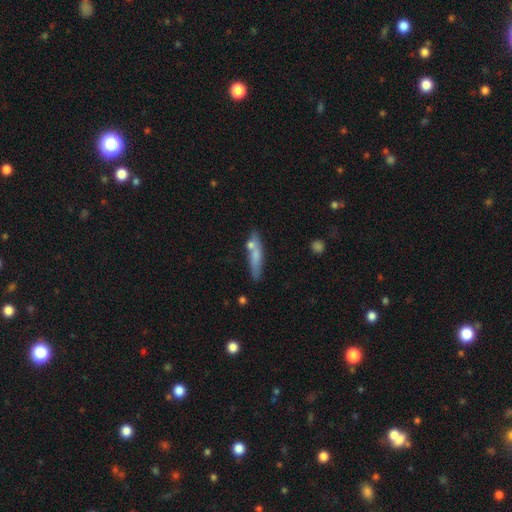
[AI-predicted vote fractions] Smooth or featured: smooth — 66% (featured or disk — 27%)
How rounded: cigar-shaped — 81% (in between — 17%)
Merging: none — 65% (minor disturbance — 17%)